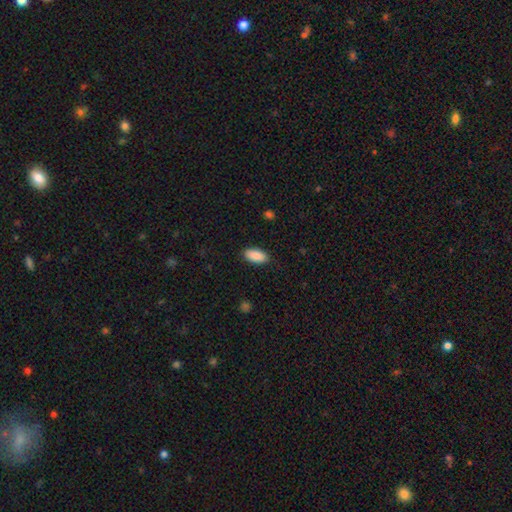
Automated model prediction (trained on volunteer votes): The model was most divided on "merging": none: 88%, minor disturbance: 9%, major disturbance: 2%, merger: 1%. More confident: how rounded — in between (92%); smooth or featured — smooth (89%).